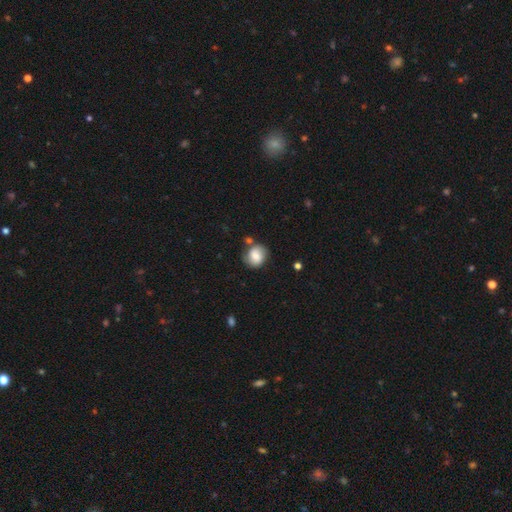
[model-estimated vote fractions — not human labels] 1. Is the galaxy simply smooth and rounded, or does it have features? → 66% smooth, 25% featured or disk, 8% star or artifact.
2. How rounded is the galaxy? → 74% round, 25% in between, 1% cigar-shaped.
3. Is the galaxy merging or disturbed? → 68% none, 18% minor disturbance, 9% merger, 5% major disturbance.